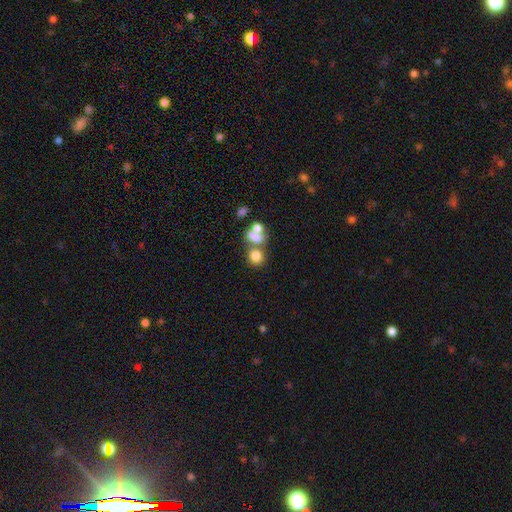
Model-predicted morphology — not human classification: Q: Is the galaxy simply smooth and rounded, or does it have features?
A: smooth — 75%.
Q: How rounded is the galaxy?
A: round — 71%.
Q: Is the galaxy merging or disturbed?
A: none — 43%.